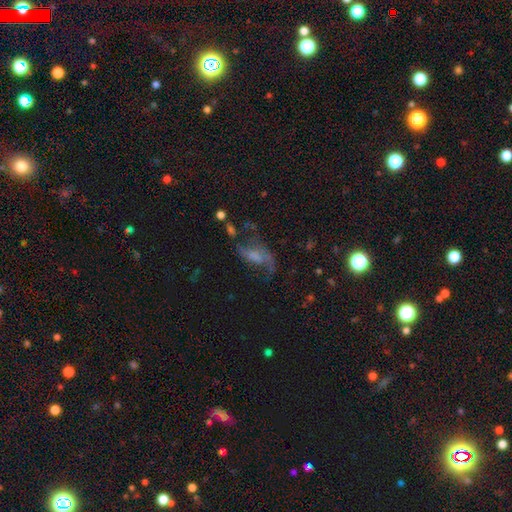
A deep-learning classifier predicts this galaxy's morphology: Smooth or featured? featured or disk (62%)
Edge-on disk? no (93%)
Bar? no (50%)
Spiral arms? yes (75%)
Bulge size? none (42%)
Merging? none (40%)